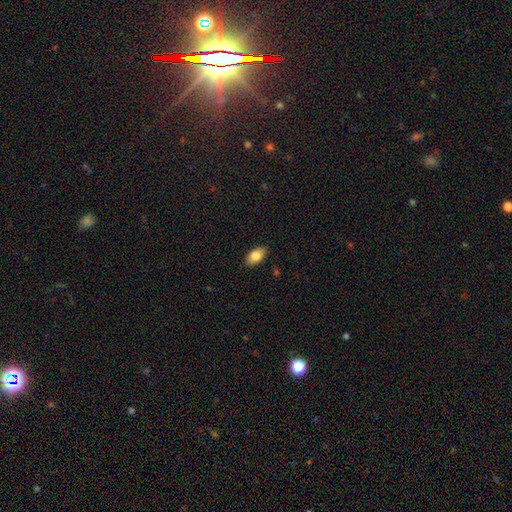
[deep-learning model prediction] Morphology: type=smooth (82%); roundness=in between (92%); merging=none (87%).